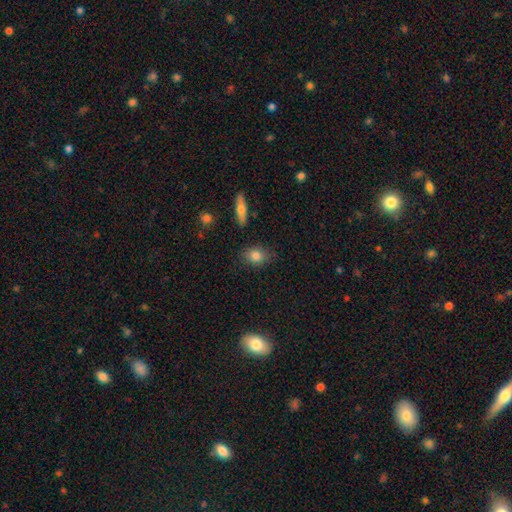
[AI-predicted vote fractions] A smooth galaxy with no disk features (82%) that is in between round and cigar-shaped (59%).

Vote fractions:
- Smooth or featured? smooth: 82% / featured or disk: 9% / star or artifact: 9%
- How rounded? in between: 59% / round: 38% / cigar-shaped: 3%
- Merging? none: 82% / minor disturbance: 13% / major disturbance: 3% / merger: 3%